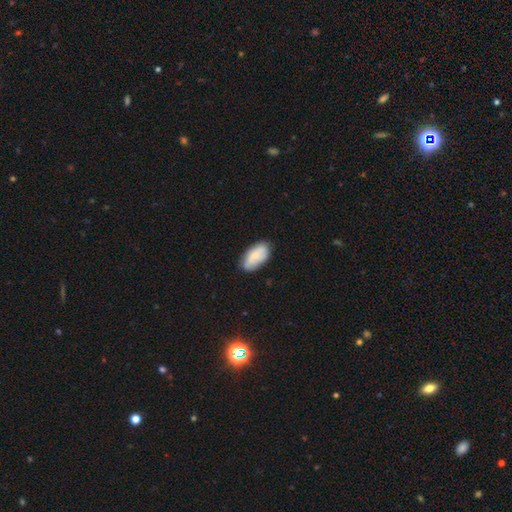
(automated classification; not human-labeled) A smooth galaxy with no disk features (74%) that is in between round and cigar-shaped (94%).

Vote fractions:
- Smooth or featured? smooth: 74% / featured or disk: 20% / star or artifact: 7%
- How rounded? in between: 94% / cigar-shaped: 3% / round: 3%
- Merging? none: 73% / minor disturbance: 22% / major disturbance: 4% / merger: 2%